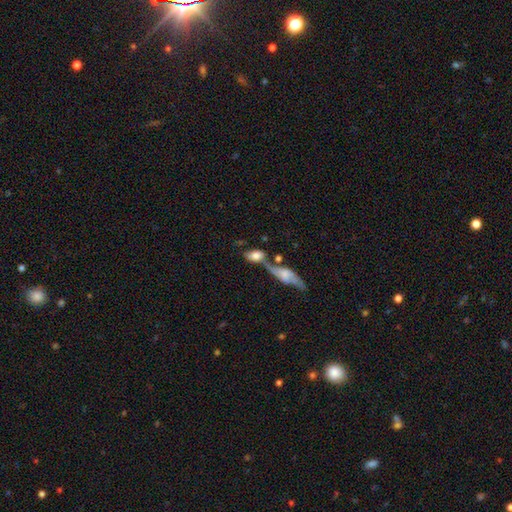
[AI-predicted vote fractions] Morphology: type=smooth (65%); roundness=in between (84%); merging=merger (39%).